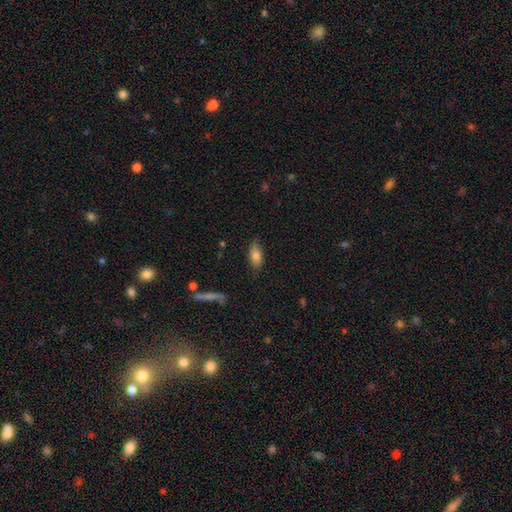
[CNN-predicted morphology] Smooth or featured? smooth (76%)
How rounded? in between (83%)
Merging? none (75%)